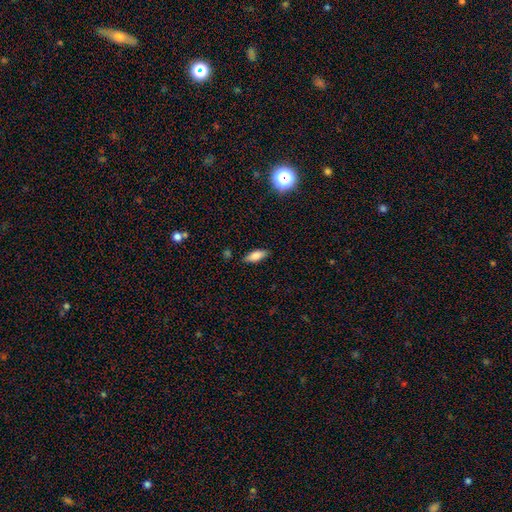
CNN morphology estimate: This appears to be a smooth galaxy with no disk features (80%) that is in between round and cigar-shaped (71%). Merging: none (84%).